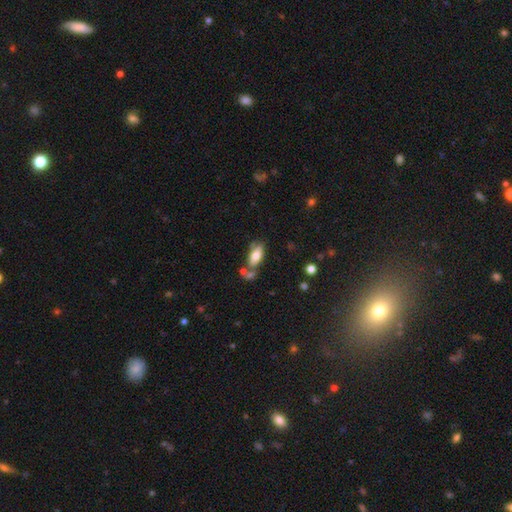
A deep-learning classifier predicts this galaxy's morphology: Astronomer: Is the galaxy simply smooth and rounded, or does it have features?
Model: smooth — 70%.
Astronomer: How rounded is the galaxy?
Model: in between — 86%.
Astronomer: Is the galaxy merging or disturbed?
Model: none — 53%.